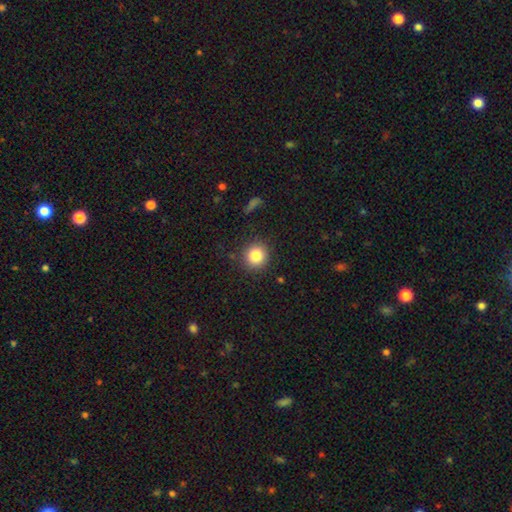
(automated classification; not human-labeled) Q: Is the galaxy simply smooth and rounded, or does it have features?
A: smooth — 83%.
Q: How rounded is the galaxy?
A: round — 91%.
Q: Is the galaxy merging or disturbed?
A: none — 88%.